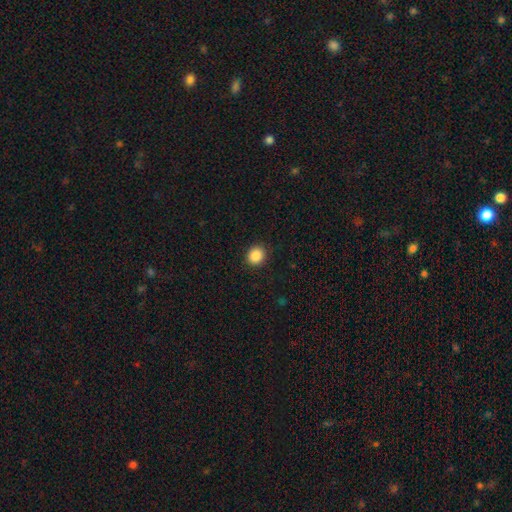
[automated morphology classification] The model was most divided on "how rounded": round: 80%, in between: 19%, cigar-shaped: 1%. More confident: merging — none (91%); smooth or featured — smooth (88%).